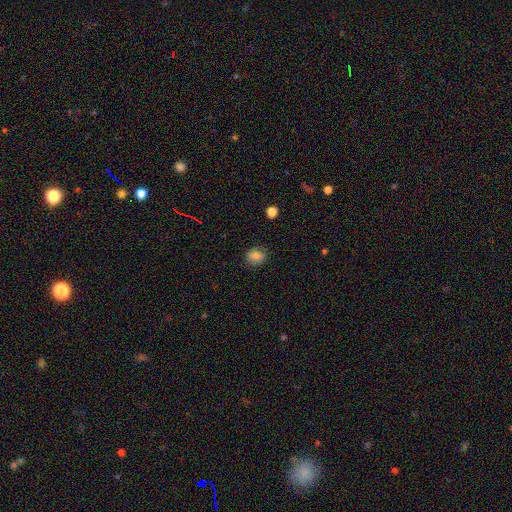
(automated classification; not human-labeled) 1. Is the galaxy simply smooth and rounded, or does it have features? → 82% smooth, 10% star or artifact, 8% featured or disk.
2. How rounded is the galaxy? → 63% round, 36% in between, 1% cigar-shaped.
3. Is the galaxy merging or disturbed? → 84% none, 12% minor disturbance, 3% major disturbance, 1% merger.